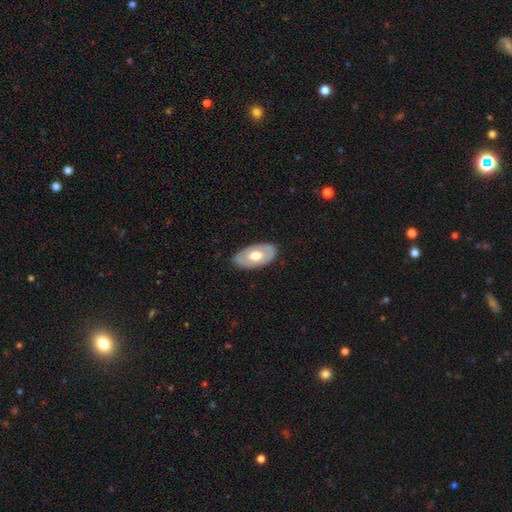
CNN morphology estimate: This is possibly a smooth galaxy (51%). How rounded: clearly in between (93%). Merging: clearly none (83%).